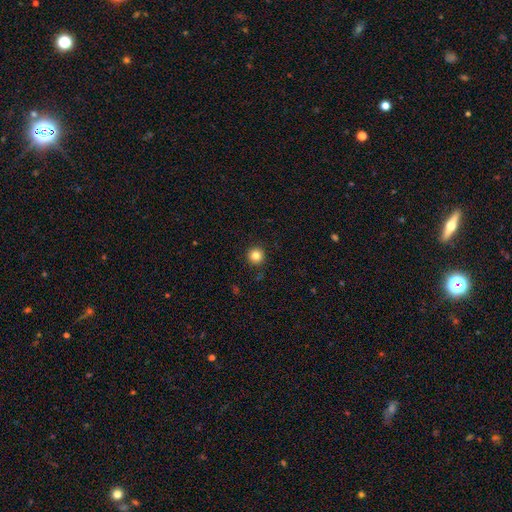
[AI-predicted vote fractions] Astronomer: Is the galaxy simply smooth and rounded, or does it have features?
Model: smooth — 83%.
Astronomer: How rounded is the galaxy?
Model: round — 95%.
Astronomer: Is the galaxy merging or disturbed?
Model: none — 92%.